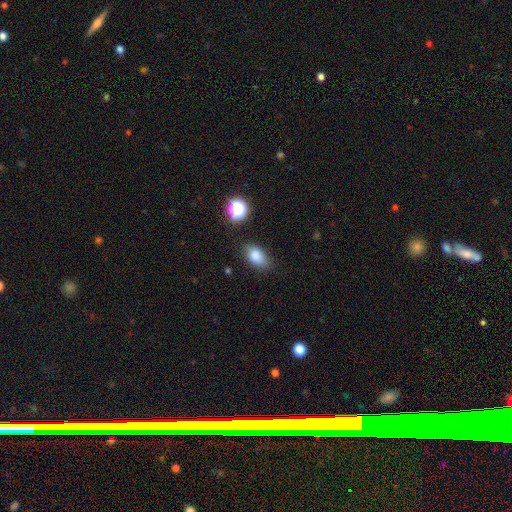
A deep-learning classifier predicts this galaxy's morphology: type=smooth (83%); roundness=in between (87%); merging=none (76%).